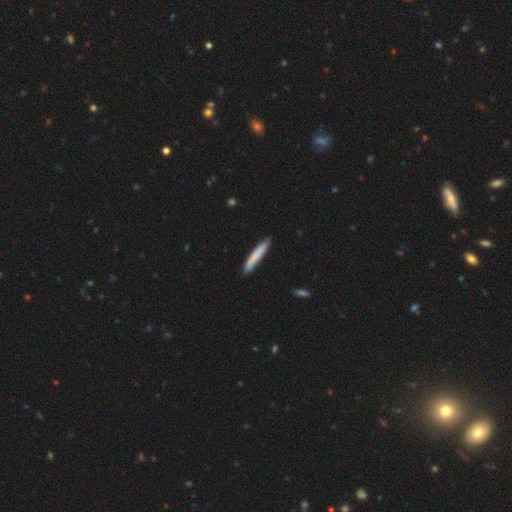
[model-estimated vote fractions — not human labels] Overall: smooth (79%). How rounded: cigar-shaped (94%). Merging: none (87%).